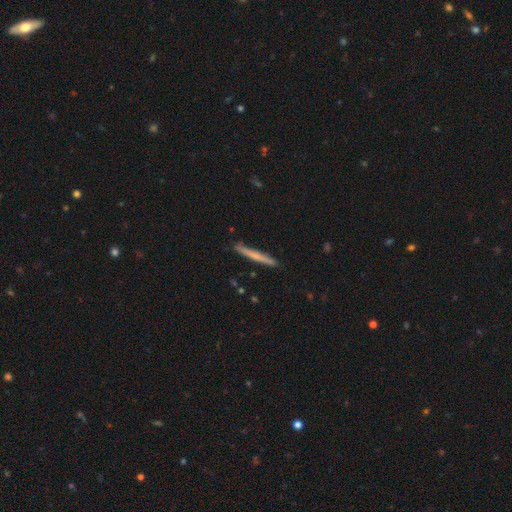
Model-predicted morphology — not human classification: Q: Smooth or featured?
A: smooth (57%); runner-up: featured or disk (38%)
Q: How rounded?
A: cigar-shaped (97%); runner-up: in between (2%)
Q: Merging?
A: none (88%); runner-up: minor disturbance (9%)